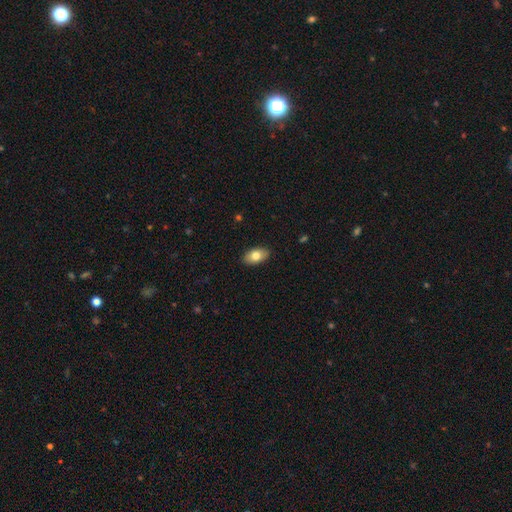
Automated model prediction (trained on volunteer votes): Overall: smooth (78%). How rounded: in between (93%). Merging: none (89%).